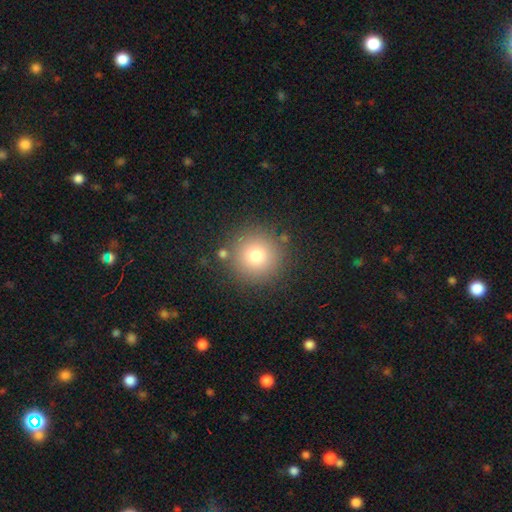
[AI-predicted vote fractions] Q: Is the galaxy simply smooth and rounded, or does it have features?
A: smooth — 77%.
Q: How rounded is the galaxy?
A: round — 95%.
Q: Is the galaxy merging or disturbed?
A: none — 86%.